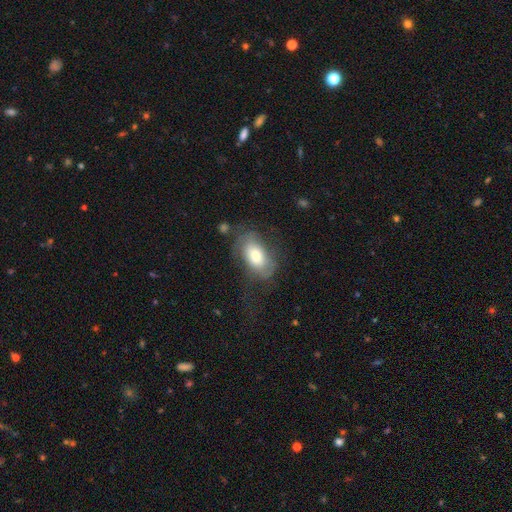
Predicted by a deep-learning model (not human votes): Smooth or featured? smooth (62%)
How rounded? in between (89%)
Merging? none (50%)